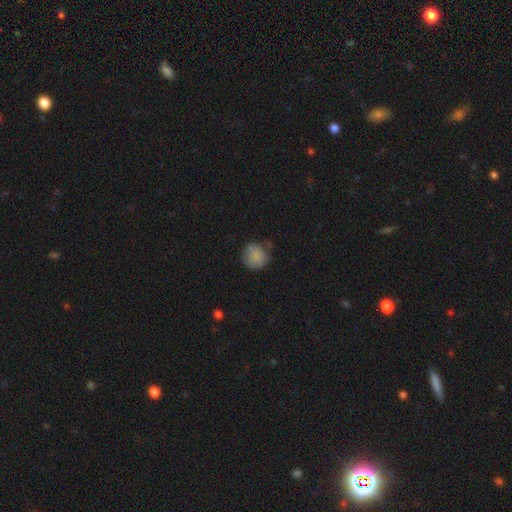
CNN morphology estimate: A smooth galaxy with no disk features (79%) that is round (86%). Merging: none (59%).